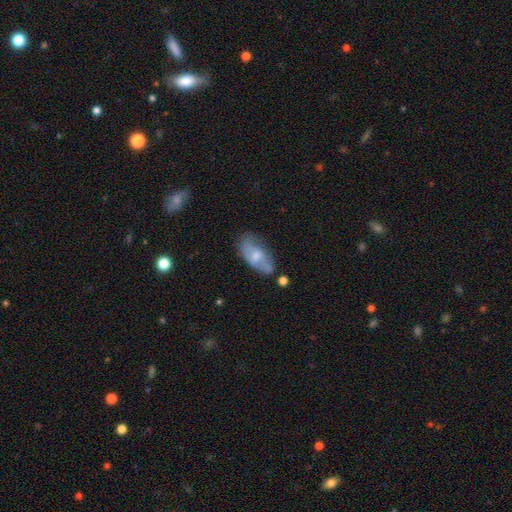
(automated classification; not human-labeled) Smooth or featured? Predicted: smooth (p=0.50). How rounded? Predicted: in between (p=0.90). Merging? Predicted: none (p=0.48).